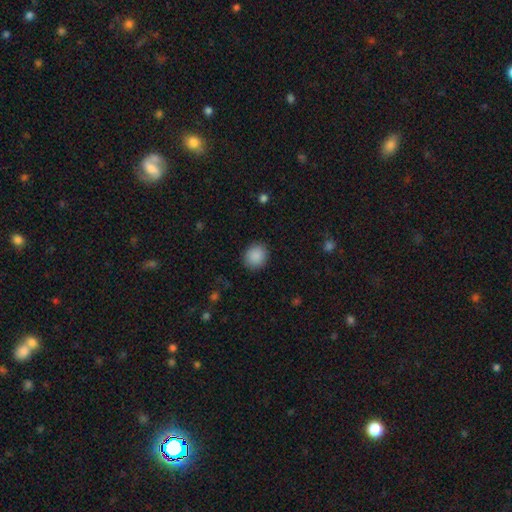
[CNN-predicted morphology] A smooth galaxy with no disk features (89%) that is round (79%). Merging: none (89%).